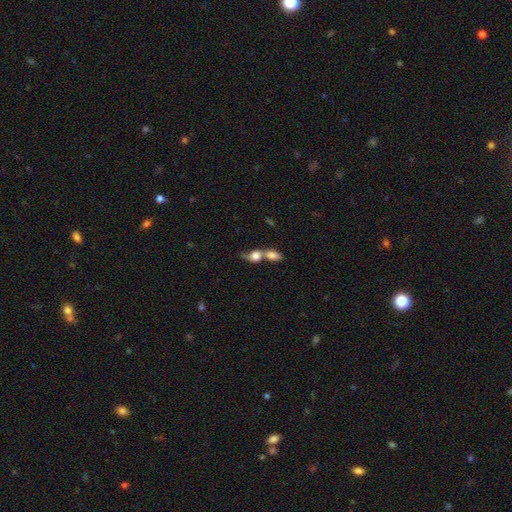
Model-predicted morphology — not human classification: This appears to be a smooth galaxy with no disk features (74%) that is in between round and cigar-shaped (61%). Merging: merger (76%).